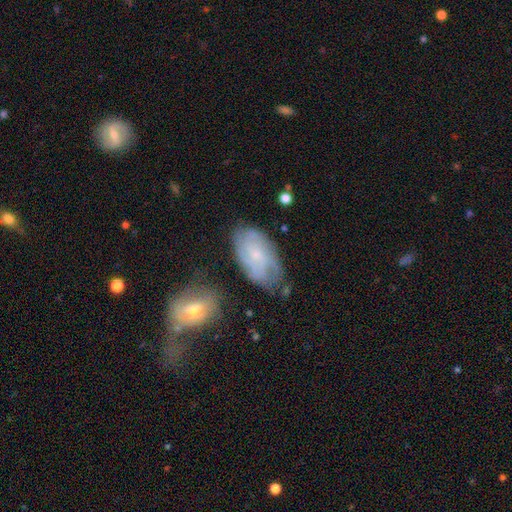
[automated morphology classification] A featured or disk galaxy (65%) with no bar (72%), tight (58%) spiral arms (85%) and a small central bulge (76%). Merging: none (67%).